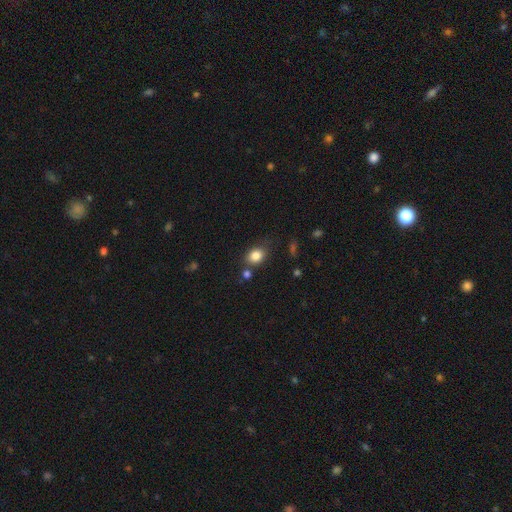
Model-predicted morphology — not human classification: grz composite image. It shows a smooth galaxy with no disk features (84%) that is in between round and cigar-shaped (53%). Merging: none (72%).